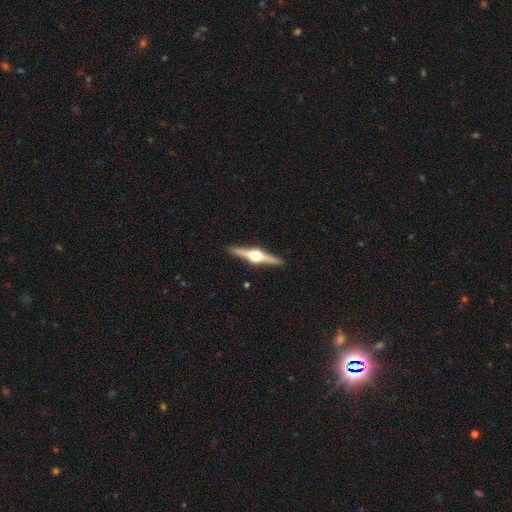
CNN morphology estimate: This appears to be a featured or disk galaxy (86%) viewed edge-on (98%) with a rounded central bulge (96%). Merging: none (92%).